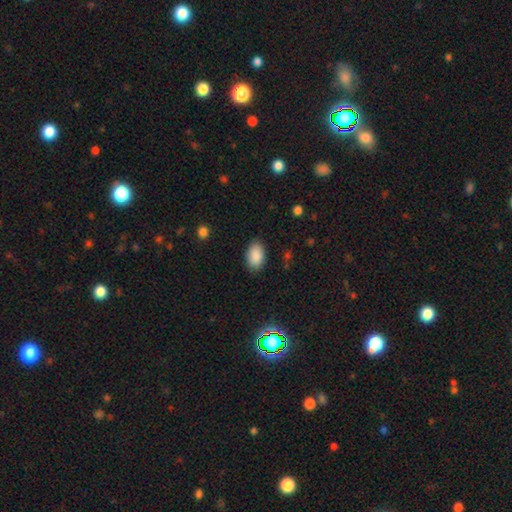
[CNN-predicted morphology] smooth_or_featured: smooth (p=0.90) [alt: star or artifact p=0.07]
how_rounded: in between (p=0.92) [alt: round p=0.06]
merging: none (p=0.86) [alt: minor disturbance p=0.10]